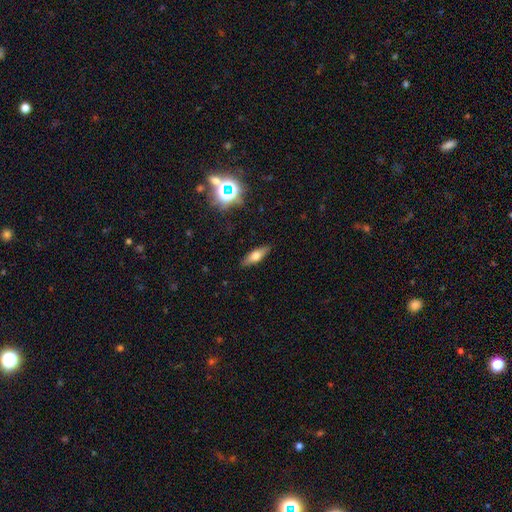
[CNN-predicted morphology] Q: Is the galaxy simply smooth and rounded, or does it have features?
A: smooth — 59%.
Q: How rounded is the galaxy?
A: in between — 56%.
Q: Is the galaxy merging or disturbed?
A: none — 87%.